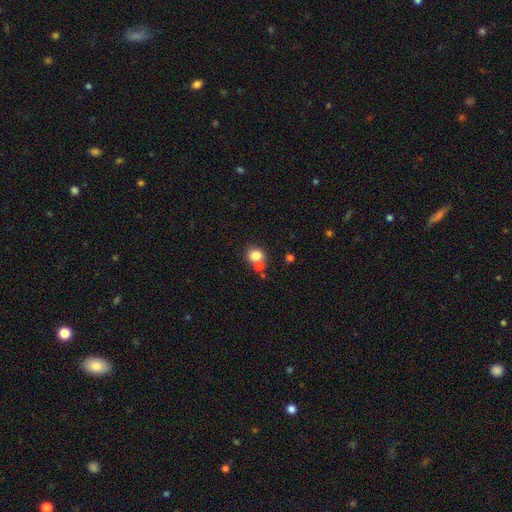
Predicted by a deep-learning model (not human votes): A smooth galaxy with no disk features (80%) that is round (69%). Merging: none (53%).